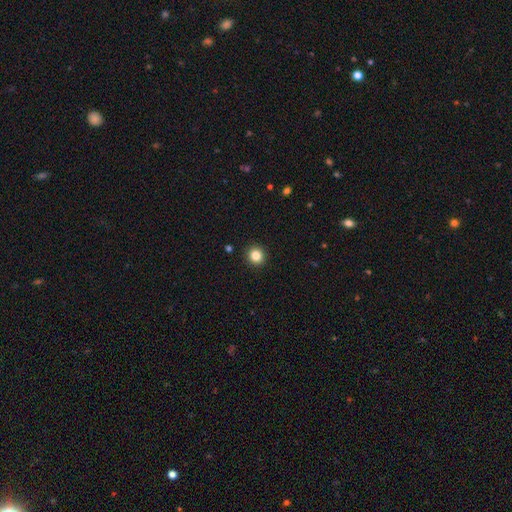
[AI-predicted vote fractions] Morphology: type=smooth (84%); roundness=round (93%); merging=none (93%).